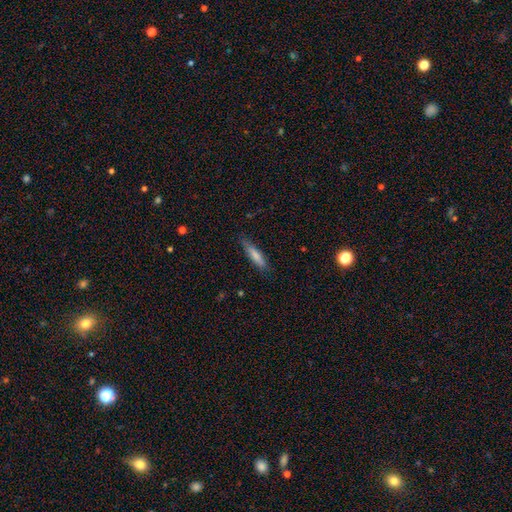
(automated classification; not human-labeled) Smooth or featured: smooth — 76% (featured or disk — 18%)
How rounded: cigar-shaped — 80% (in between — 19%)
Merging: none — 77% (minor disturbance — 18%)